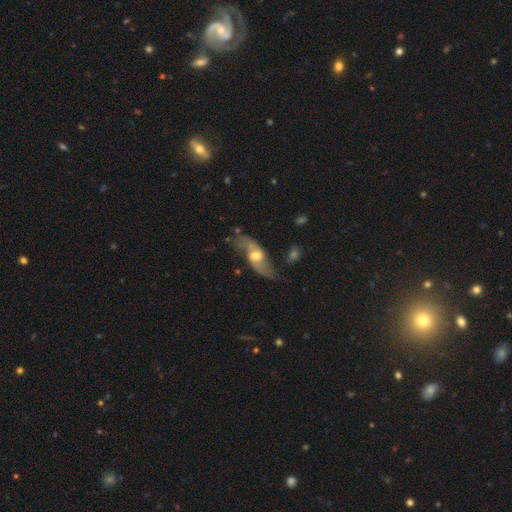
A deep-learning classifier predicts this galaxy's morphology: The model was most divided on "bar": no: 56%, weak: 34%, strong: 10%. More confident: spiral arm count — 2 (88%); spiral arms — yes (85%); edge-on disk — no (84%); smooth or featured — featured or disk (71%); spiral winding — loose (69%); bulge size — moderate (66%); merging — none (61%).